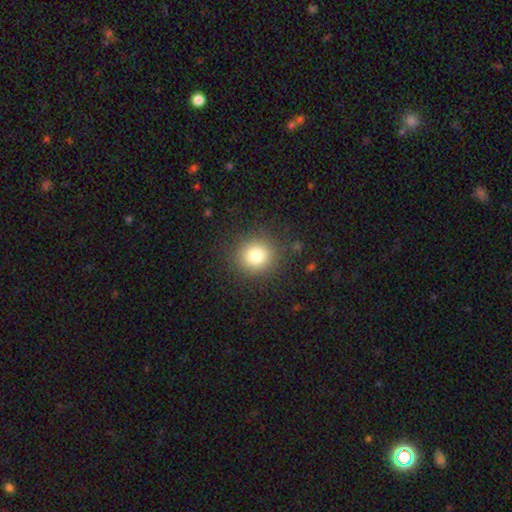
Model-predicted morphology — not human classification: A smooth galaxy with no disk features (80%) that is round (89%).

Vote fractions:
- Smooth or featured? smooth: 80% / star or artifact: 12% / featured or disk: 8%
- How rounded? round: 89% / in between: 10% / cigar-shaped: 1%
- Merging? none: 87% / minor disturbance: 8% / major disturbance: 4% / merger: 1%